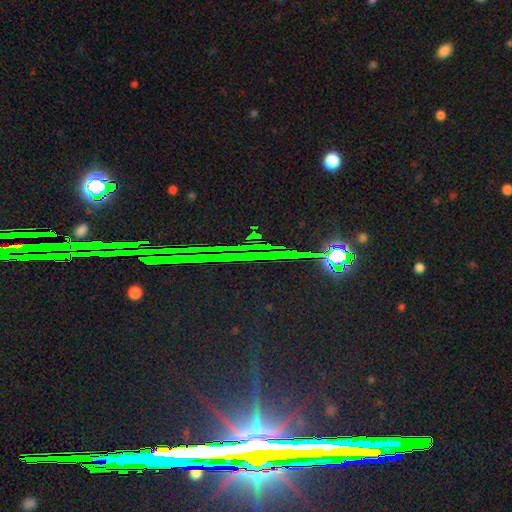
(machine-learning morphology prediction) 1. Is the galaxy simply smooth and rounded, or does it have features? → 84% star or artifact, 8% smooth, 7% featured or disk.